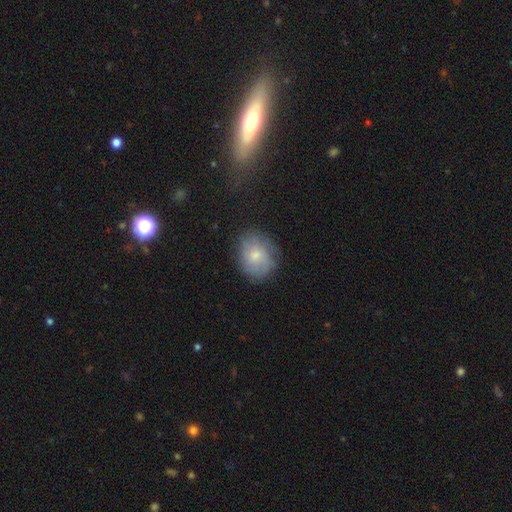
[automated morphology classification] This appears to be a smooth galaxy with no disk features (65%) that is round (53%). Merging: none (72%).